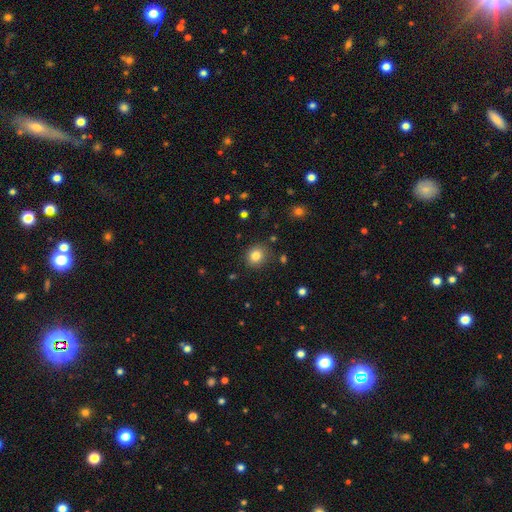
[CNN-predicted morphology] Q: Smooth or featured?
A: smooth (82%); runner-up: star or artifact (11%)
Q: How rounded?
A: round (79%); runner-up: in between (20%)
Q: Merging?
A: none (86%); runner-up: minor disturbance (10%)